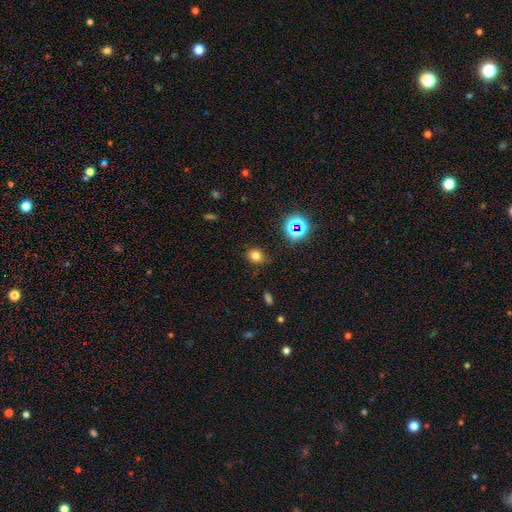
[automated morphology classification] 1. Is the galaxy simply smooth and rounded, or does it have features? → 74% smooth, 19% star or artifact, 7% featured or disk.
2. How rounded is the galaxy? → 67% round, 32% in between, 1% cigar-shaped.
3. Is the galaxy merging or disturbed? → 84% none, 11% minor disturbance, 3% major disturbance, 2% merger.